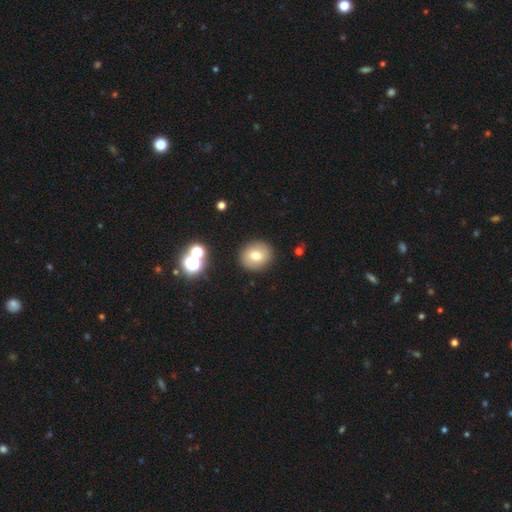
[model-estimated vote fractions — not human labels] Smooth or featured? Predicted: smooth (p=0.74). How rounded? Predicted: round (p=0.83). Merging? Predicted: none (p=0.89).